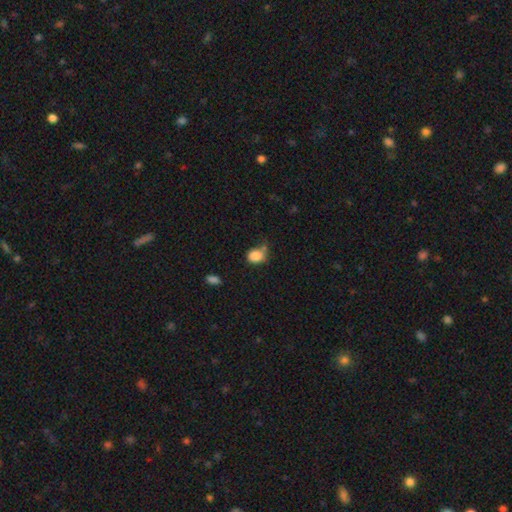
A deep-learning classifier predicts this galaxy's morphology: Overall: smooth (85%). How rounded: in between (58%; round 41%). Merging: none (50%; minor disturbance 29%).